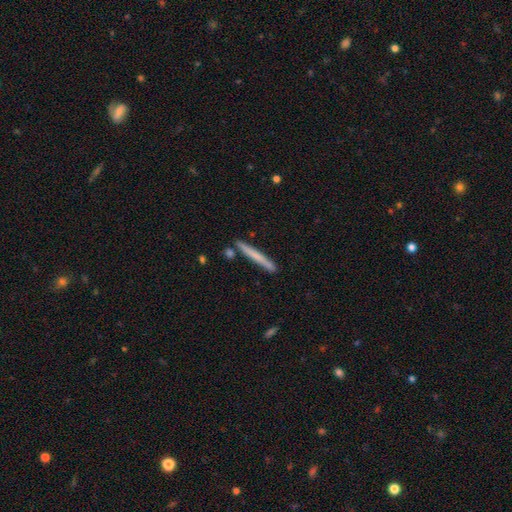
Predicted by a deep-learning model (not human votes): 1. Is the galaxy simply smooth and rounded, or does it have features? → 60% smooth, 35% featured or disk, 6% star or artifact.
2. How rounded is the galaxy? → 97% cigar-shaped, 2% in between, 1% round.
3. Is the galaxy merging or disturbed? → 86% none, 9% minor disturbance, 3% merger, 2% major disturbance.